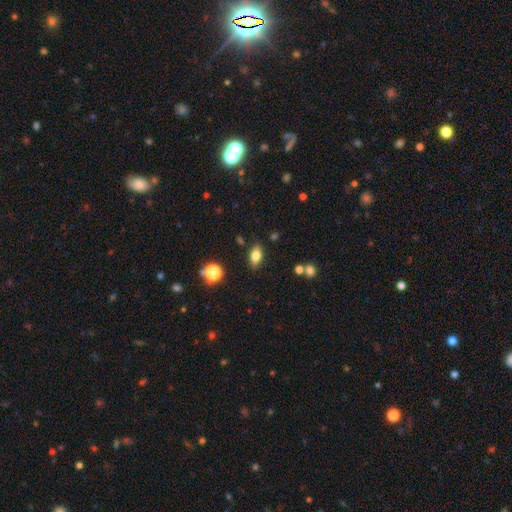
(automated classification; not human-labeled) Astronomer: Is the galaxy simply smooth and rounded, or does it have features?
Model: smooth — 79%.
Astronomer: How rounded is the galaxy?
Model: in between — 86%.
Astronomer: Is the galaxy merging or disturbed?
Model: none — 85%.